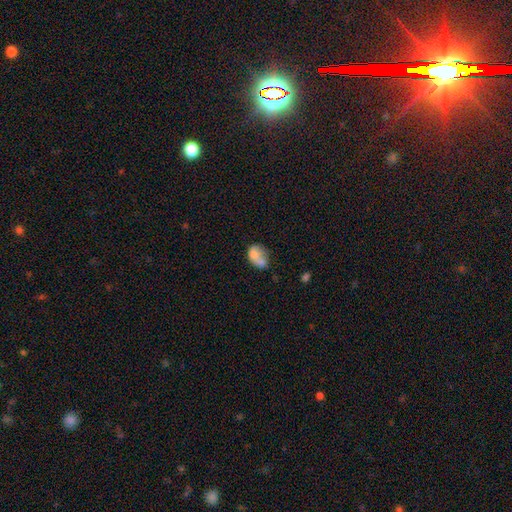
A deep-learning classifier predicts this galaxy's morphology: Smooth or featured?
  - smooth: 69% *
  - featured or disk: 21%
  - star or artifact: 9%
How rounded?
  - in between: 73% *
  - round: 25%
  - cigar-shaped: 1%
Merging?
  - merger: 48% *
  - none: 24%
  - minor disturbance: 17%
  - major disturbance: 11%